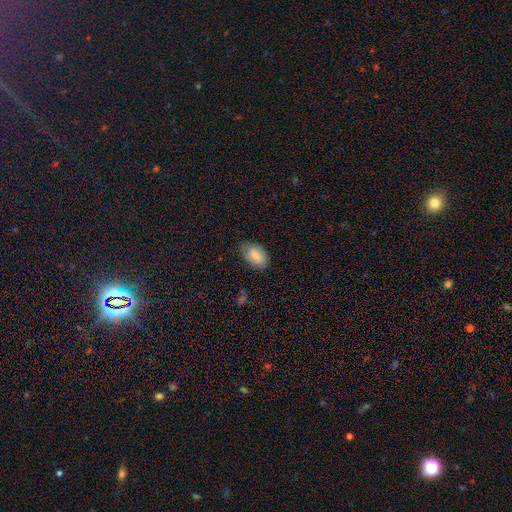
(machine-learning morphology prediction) smooth-or-featured: smooth: 80% | featured or disk: 13% | star or artifact: 7%
  how-rounded: in between: 92% | round: 6% | cigar-shaped: 2%
  merging: none: 75% | minor disturbance: 20% | major disturbance: 4% | merger: 1%